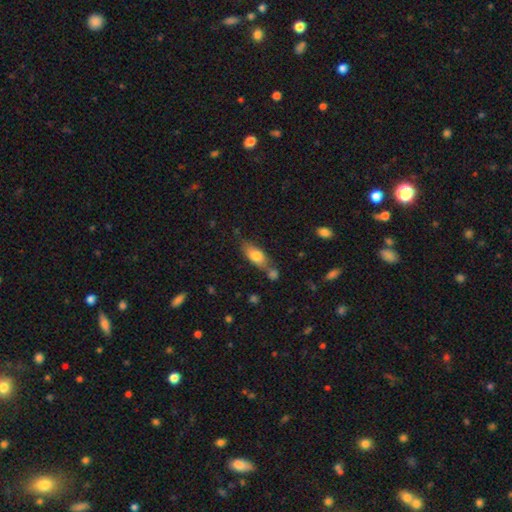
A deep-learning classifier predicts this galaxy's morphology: This appears to be a smooth galaxy with no disk features (76%) that is in between round and cigar-shaped (78%). Merging: none (54%).